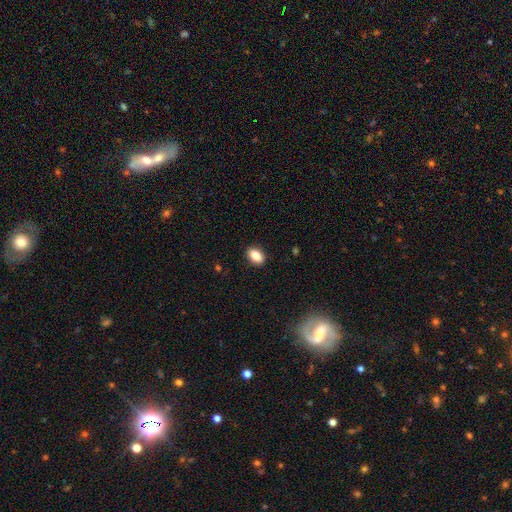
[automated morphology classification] This appears to be a smooth galaxy with no disk features (85%) that is in between round and cigar-shaped (84%). Merging: none (90%).